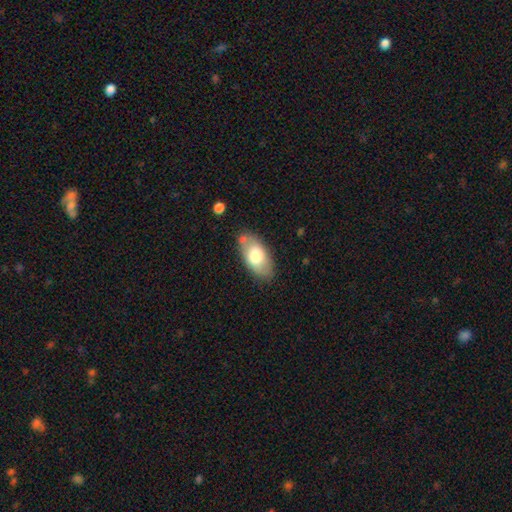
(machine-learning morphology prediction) The model was most divided on "smooth or featured": smooth: 72%, featured or disk: 22%, star or artifact: 6%. More confident: how rounded — in between (93%); merging — none (74%).